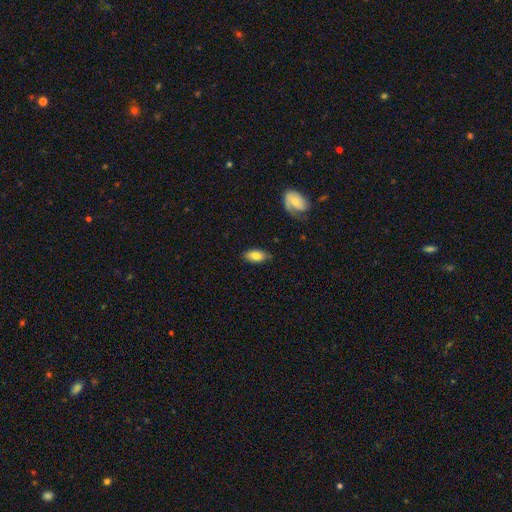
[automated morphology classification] A smooth galaxy with no disk features (79%) that is in between round and cigar-shaped (91%). Merging: none (80%).